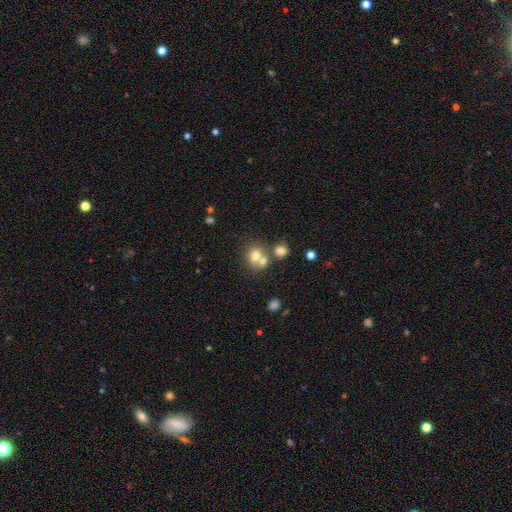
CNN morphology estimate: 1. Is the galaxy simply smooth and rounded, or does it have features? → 70% smooth, 16% featured or disk, 14% star or artifact.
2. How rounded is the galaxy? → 77% round, 22% in between, 1% cigar-shaped.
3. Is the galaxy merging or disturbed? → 45% merger, 44% none, 8% minor disturbance, 3% major disturbance.